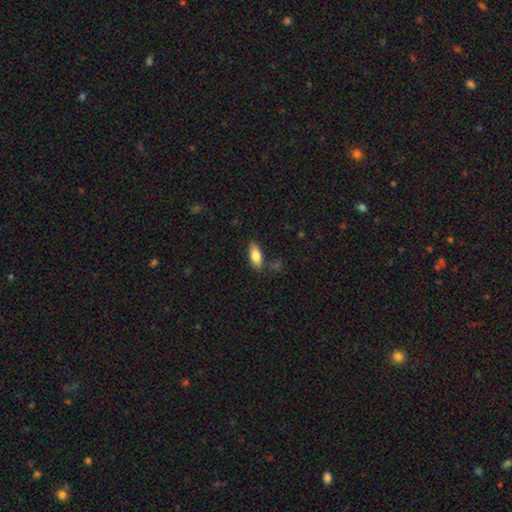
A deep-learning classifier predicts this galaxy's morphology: The model was most divided on "how rounded": in between: 79%, cigar-shaped: 19%, round: 2%. More confident: merging — none (79%); smooth or featured — smooth (78%).